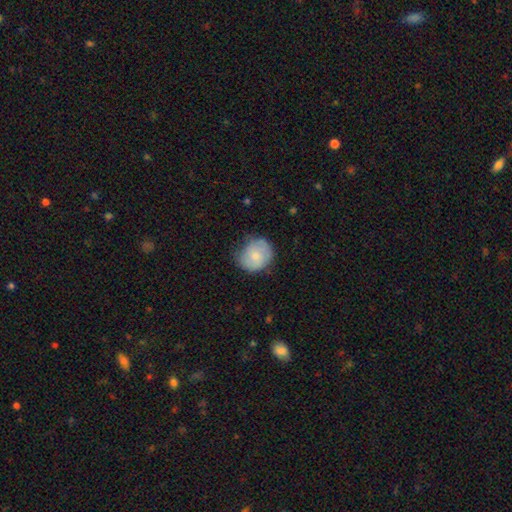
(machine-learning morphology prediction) Overall: smooth (66%; featured or disk 27%). How rounded: round (74%). Merging: none (65%; minor disturbance 27%).